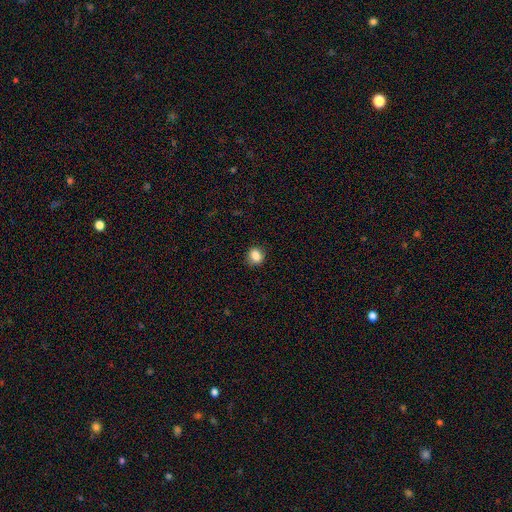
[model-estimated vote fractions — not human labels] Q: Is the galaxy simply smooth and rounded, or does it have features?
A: smooth — 84%.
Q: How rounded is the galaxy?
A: round — 66%.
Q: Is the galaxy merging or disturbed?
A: none — 85%.